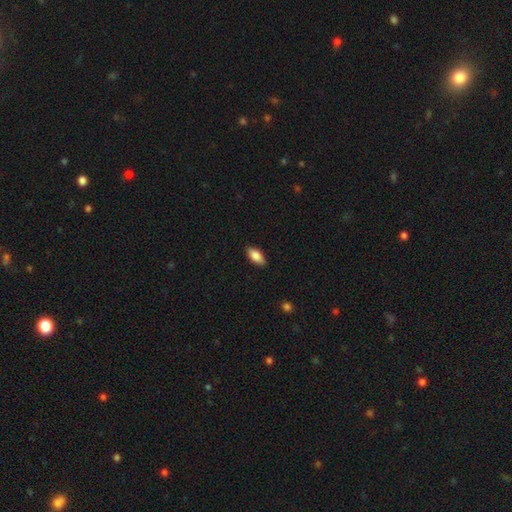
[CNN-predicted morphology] smooth 84%, featured or disk 10%, star or artifact 7%. Down the decision tree: how rounded — in between (88%); merging — none (88%).